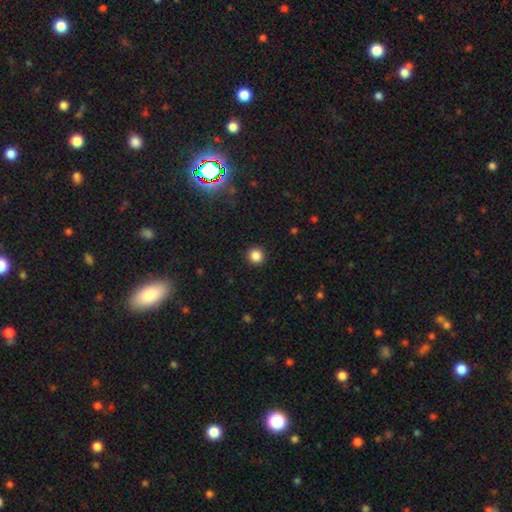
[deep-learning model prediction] The model was most divided on "smooth or featured": smooth: 85%, star or artifact: 11%, featured or disk: 3%. More confident: how rounded — round (95%); merging — none (93%).